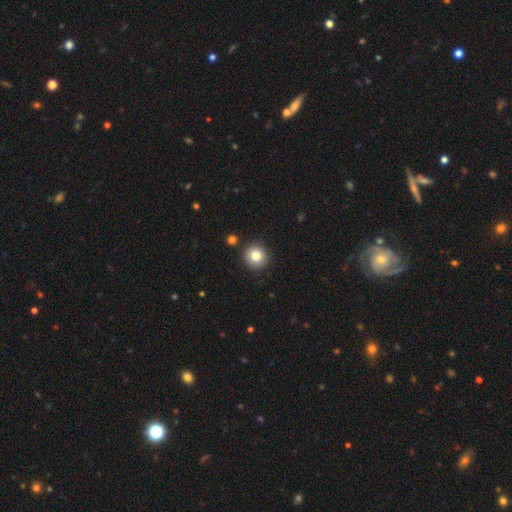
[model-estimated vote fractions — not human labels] Overall: smooth (81%). How rounded: round (94%). Merging: none (89%).